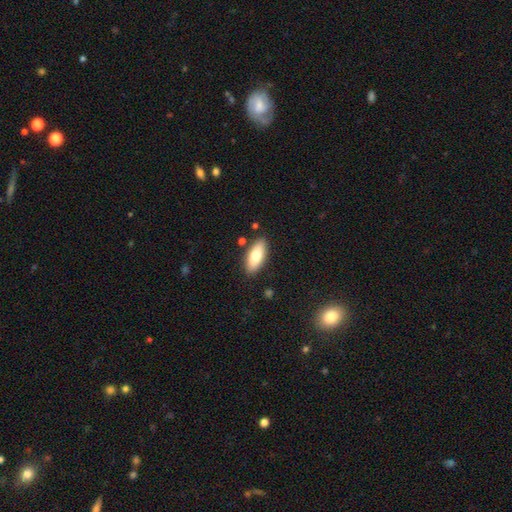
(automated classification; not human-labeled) A smooth galaxy with no disk features (76%) that is in between round and cigar-shaped (82%). Merging: none (86%).